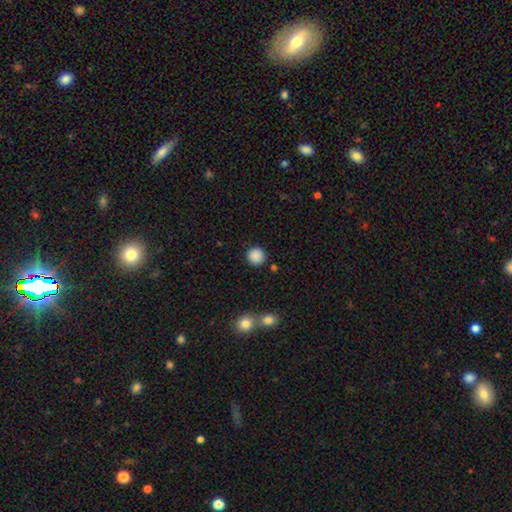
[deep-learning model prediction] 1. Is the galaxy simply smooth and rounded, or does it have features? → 88% smooth, 9% star or artifact, 3% featured or disk.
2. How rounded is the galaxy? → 94% round, 5% in between, 1% cigar-shaped.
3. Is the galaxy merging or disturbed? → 88% none, 7% minor disturbance, 3% merger, 2% major disturbance.